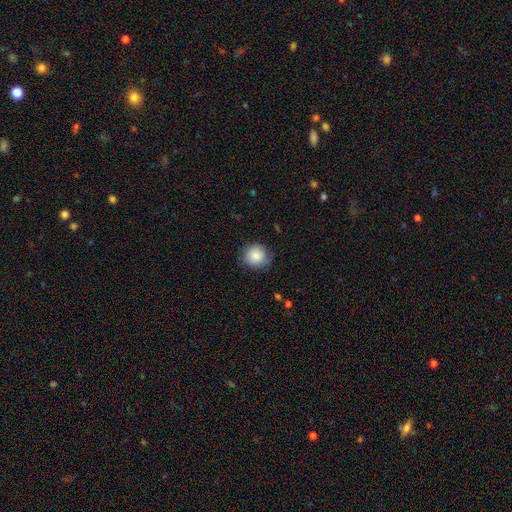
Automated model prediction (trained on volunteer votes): smooth-or-featured: smooth: 86% | star or artifact: 8% | featured or disk: 6%
  how-rounded: round: 87% | in between: 12% | cigar-shaped: 1%
  merging: none: 78% | minor disturbance: 17% | major disturbance: 4% | merger: 1%